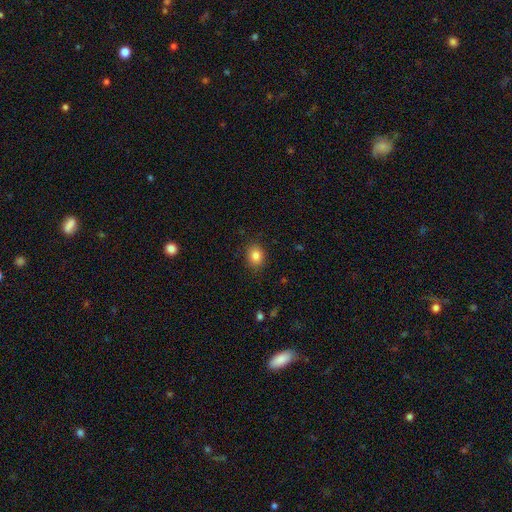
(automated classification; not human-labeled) smooth-or-featured: smooth: 84% | star or artifact: 10% | featured or disk: 6%
  how-rounded: round: 60% | in between: 39% | cigar-shaped: 1%
  merging: none: 86% | minor disturbance: 10% | major disturbance: 3% | merger: 1%